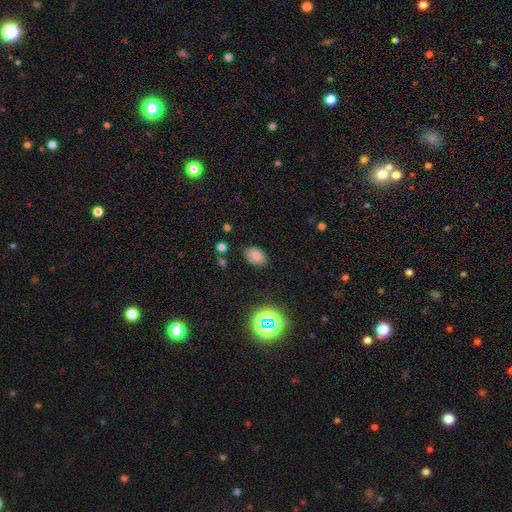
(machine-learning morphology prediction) Smooth or featured? smooth (77%)
How rounded? in between (83%)
Merging? none (81%)